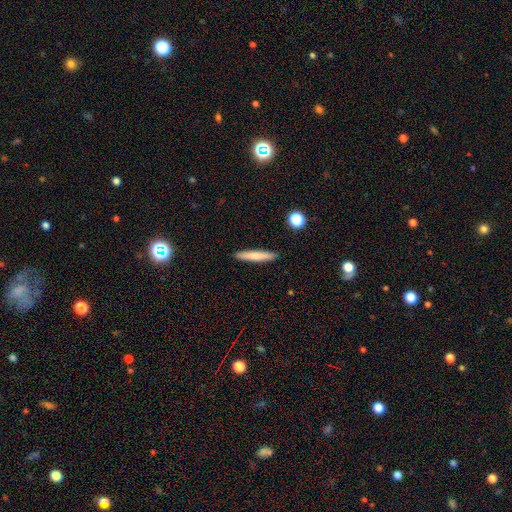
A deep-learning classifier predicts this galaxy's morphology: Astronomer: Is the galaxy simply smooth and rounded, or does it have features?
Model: smooth — 71%.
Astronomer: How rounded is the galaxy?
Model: cigar-shaped — 93%.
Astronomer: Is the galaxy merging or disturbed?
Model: none — 91%.